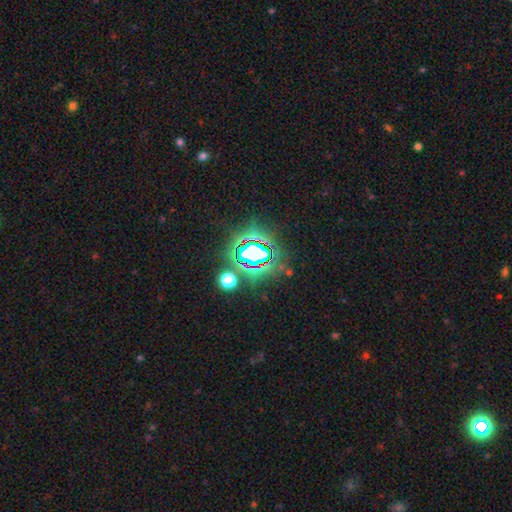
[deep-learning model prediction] A star or artifact, not a galaxy (73%).

Vote fractions:
- Smooth or featured? star or artifact: 73% / smooth: 16% / featured or disk: 11%